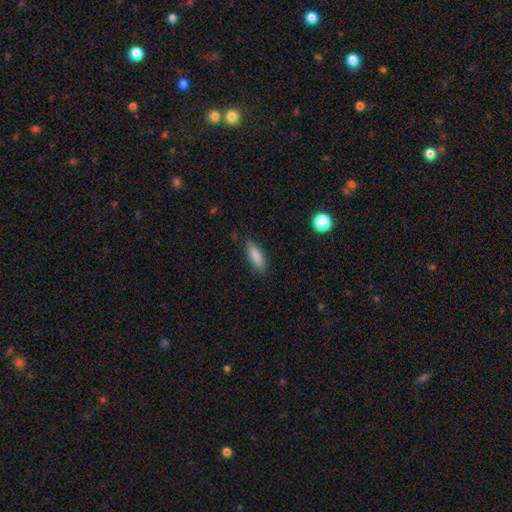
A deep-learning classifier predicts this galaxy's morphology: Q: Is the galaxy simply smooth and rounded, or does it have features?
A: smooth — 85%.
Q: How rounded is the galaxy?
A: in between — 57%.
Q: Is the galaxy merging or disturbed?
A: none — 83%.